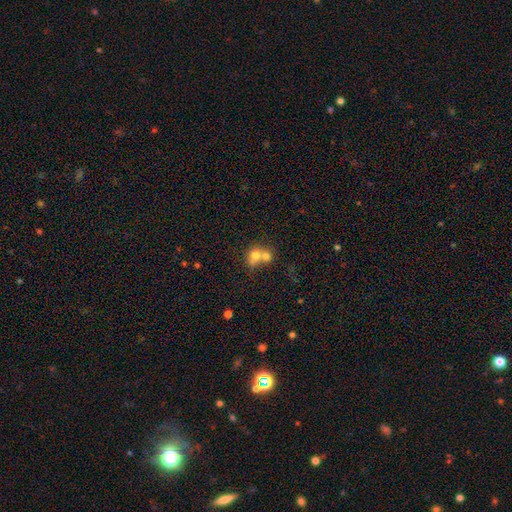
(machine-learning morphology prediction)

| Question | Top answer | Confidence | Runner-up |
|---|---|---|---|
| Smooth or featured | smooth | 71% | featured or disk (18%) |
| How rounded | round | 64% | in between (35%) |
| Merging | merger | 67% | none (23%) |